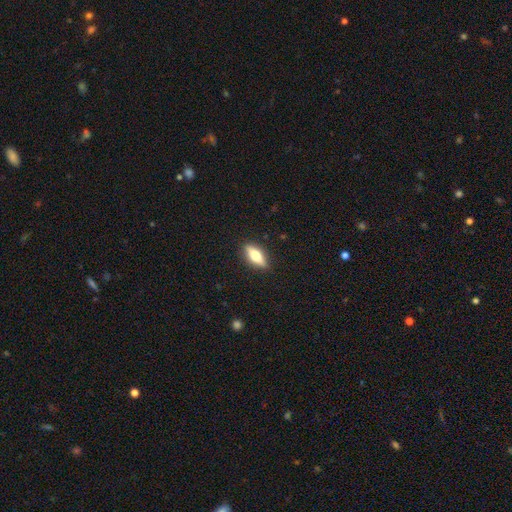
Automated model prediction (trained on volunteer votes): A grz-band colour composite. It shows a smooth galaxy with no disk features (60%) that is in between round and cigar-shaped (67%). Merging: none (88%).